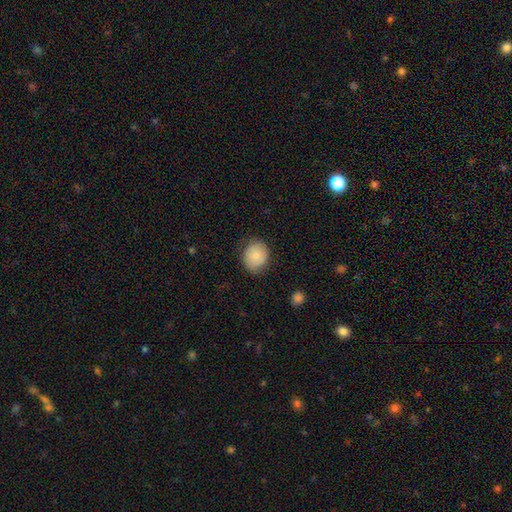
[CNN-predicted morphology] The model was most divided on "how rounded": round: 62%, in between: 37%, cigar-shaped: 1%. More confident: smooth or featured — smooth (83%); merging — none (78%).